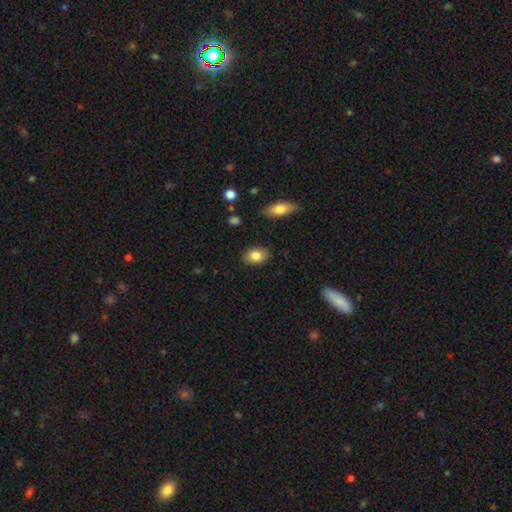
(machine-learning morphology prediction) smooth-or-featured: smooth: 84% | featured or disk: 9% | star or artifact: 8%
  how-rounded: in between: 79% | round: 20% | cigar-shaped: 1%
  merging: none: 87% | minor disturbance: 10% | major disturbance: 2% | merger: 1%